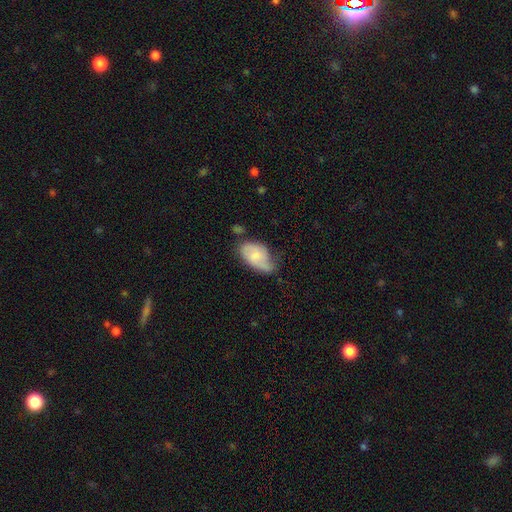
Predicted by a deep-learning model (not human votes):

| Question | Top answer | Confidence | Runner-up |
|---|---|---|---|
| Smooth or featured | smooth | 54% | featured or disk (39%) |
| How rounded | in between | 91% | round (7%) |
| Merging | minor disturbance | 40% | none (35%) |